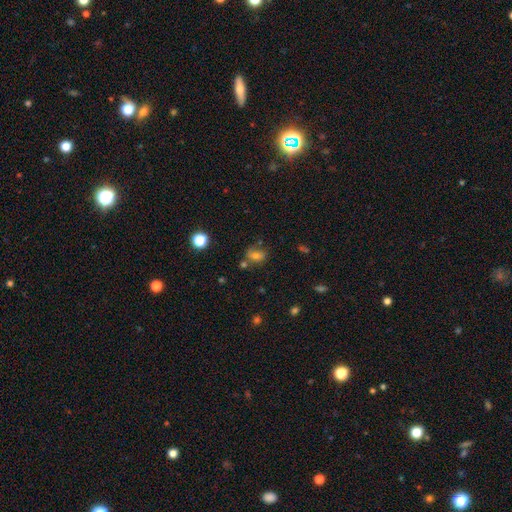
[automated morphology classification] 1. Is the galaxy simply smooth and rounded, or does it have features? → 65% smooth, 18% featured or disk, 17% star or artifact.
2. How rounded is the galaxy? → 51% in between, 48% round, 2% cigar-shaped.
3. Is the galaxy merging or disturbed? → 58% none, 21% minor disturbance, 12% merger, 9% major disturbance.